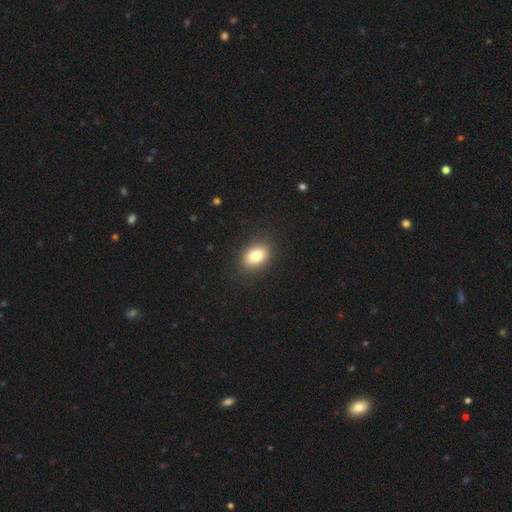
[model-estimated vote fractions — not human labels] Morphology: type=smooth (80%); roundness=in between (78%); merging=none (89%).